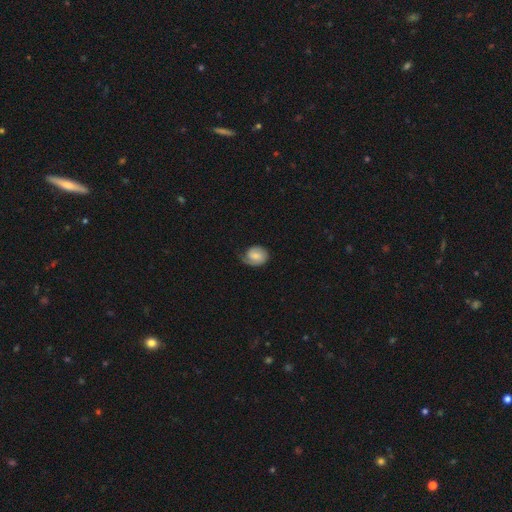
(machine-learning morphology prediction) Smooth or featured?
  - smooth: 53% *
  - featured or disk: 40%
  - star or artifact: 7%
How rounded?
  - round: 55% *
  - in between: 44%
  - cigar-shaped: 1%
Merging?
  - none: 51% *
  - minor disturbance: 29%
  - major disturbance: 18%
  - merger: 2%